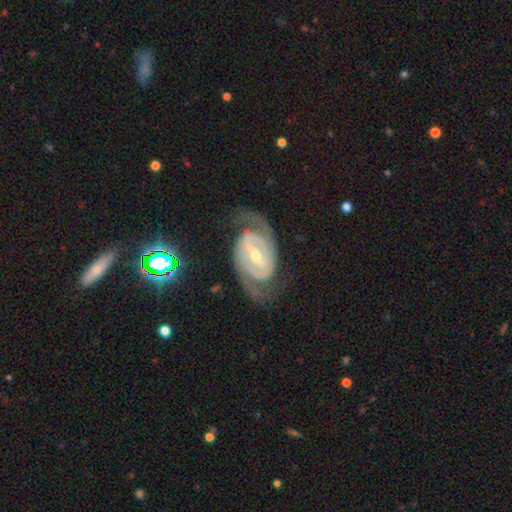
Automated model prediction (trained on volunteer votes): smooth_or_featured: featured or disk (p=0.90) [alt: smooth p=0.05]
disk_edge_on: no (p=0.96) [alt: yes p=0.04]
bar: strong (p=0.49) [alt: weak p=0.38]
has_spiral_arms: yes (p=0.96) [alt: no p=0.04]
spiral_winding: tight (p=0.47) [alt: medium p=0.43]
spiral_arm_count: 2 (p=0.90) [alt: can't tell p=0.04]
bulge_size: small (p=0.50) [alt: moderate p=0.45]
merging: none (p=0.76) [alt: minor disturbance p=0.14]